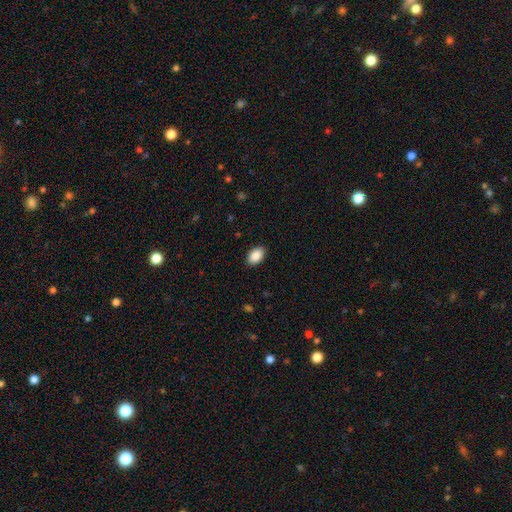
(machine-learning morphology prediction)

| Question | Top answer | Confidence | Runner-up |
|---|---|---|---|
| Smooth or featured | smooth | 90% | star or artifact (7%) |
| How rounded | in between | 92% | round (7%) |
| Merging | none | 88% | minor disturbance (9%) |